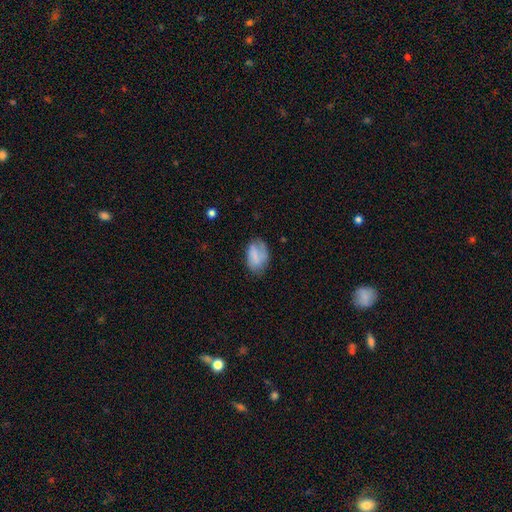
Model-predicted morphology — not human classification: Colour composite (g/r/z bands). It shows a smooth galaxy with no disk features (70%) that is in between round and cigar-shaped (88%). Merging: none (55%).